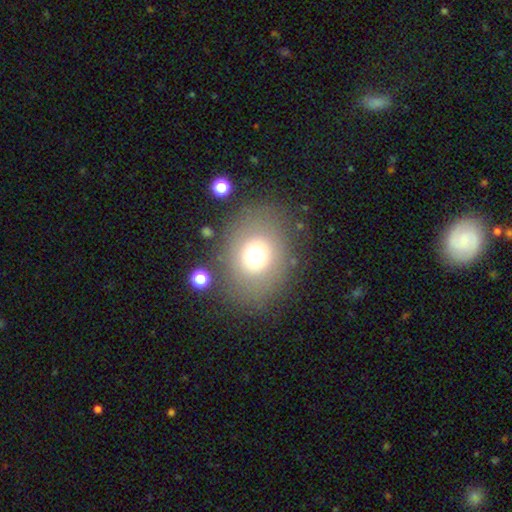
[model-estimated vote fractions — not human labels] This appears to be a smooth galaxy with no disk features (69%) that is round (60%). Merging: none (80%).